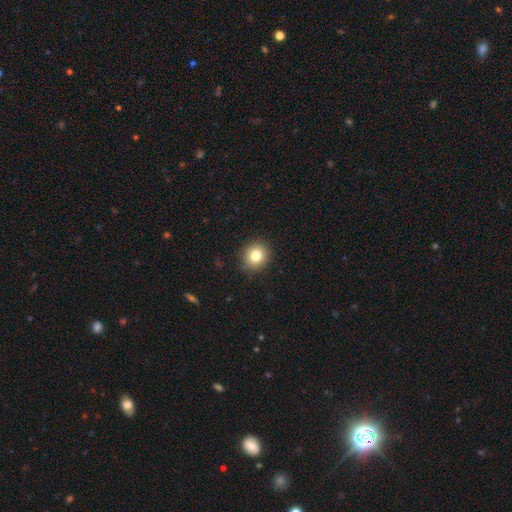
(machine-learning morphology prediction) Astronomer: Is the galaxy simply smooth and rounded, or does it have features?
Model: smooth — 81%.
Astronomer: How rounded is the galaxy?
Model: round — 85%.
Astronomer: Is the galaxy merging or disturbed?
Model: none — 90%.